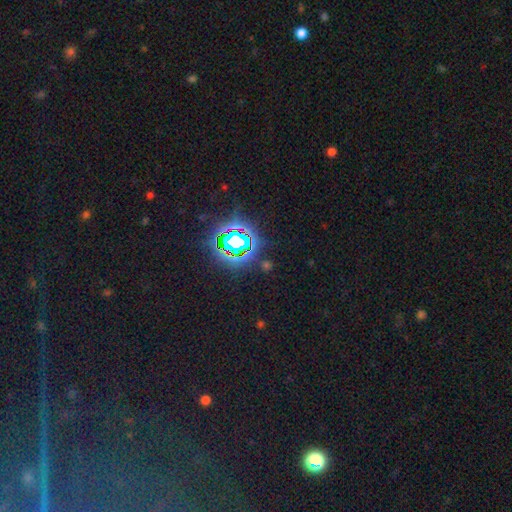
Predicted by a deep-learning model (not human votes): smooth-or-featured: star or artifact: 83% | smooth: 10% | featured or disk: 7%